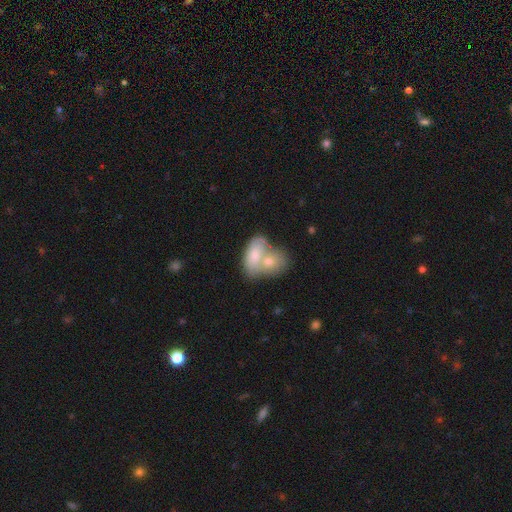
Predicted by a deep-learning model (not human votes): Smooth or featured: smooth — 73% (featured or disk — 22%)
How rounded: in between — 87% (round — 10%)
Merging: merger — 71% (none — 18%)